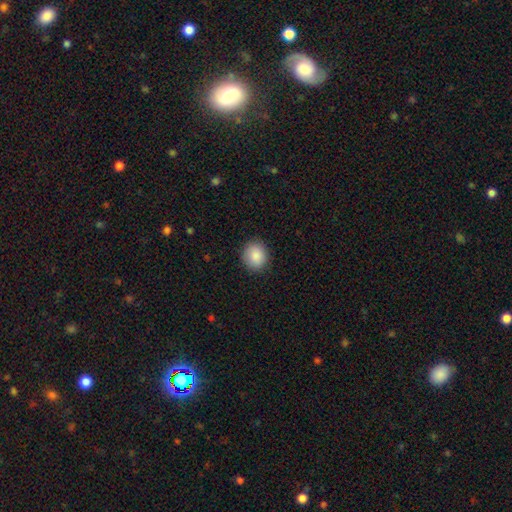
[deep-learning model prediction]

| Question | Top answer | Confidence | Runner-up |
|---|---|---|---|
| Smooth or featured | smooth | 88% | star or artifact (8%) |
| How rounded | round | 73% | in between (26%) |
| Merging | none | 89% | minor disturbance (8%) |